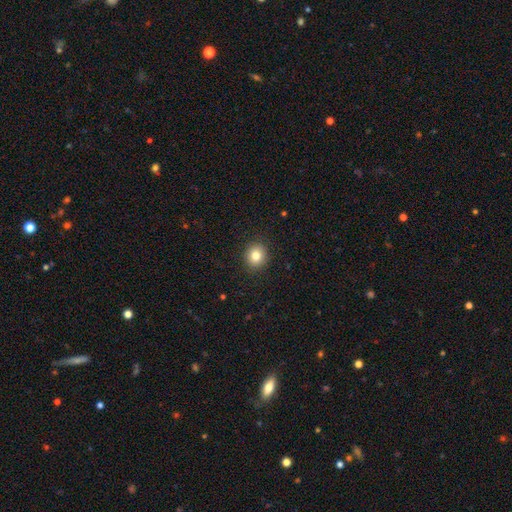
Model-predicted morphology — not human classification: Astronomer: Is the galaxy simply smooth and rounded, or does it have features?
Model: smooth — 81%.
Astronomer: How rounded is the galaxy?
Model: round — 82%.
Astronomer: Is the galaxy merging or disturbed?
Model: none — 91%.